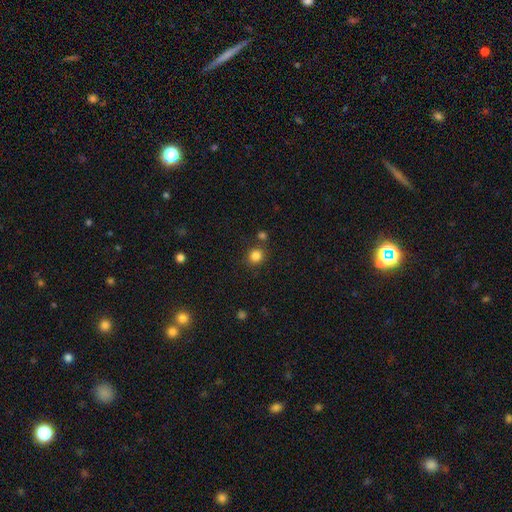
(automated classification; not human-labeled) The model was most divided on "smooth or featured": smooth: 83%, star or artifact: 12%, featured or disk: 4%. More confident: how rounded — round (89%); merging — none (80%).